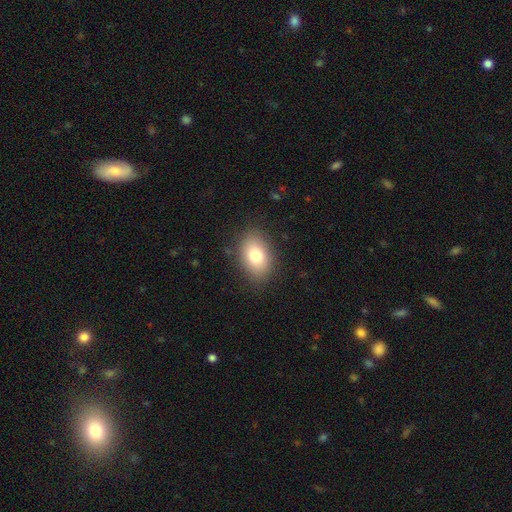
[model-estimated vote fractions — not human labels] Smooth or featured? Predicted: smooth (p=0.78). How rounded? Predicted: in between (p=0.82). Merging? Predicted: none (p=0.85).